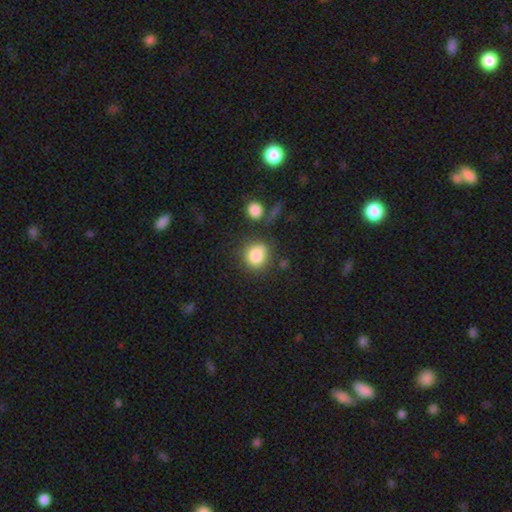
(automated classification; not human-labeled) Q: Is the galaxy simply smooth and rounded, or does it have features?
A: smooth — 85%.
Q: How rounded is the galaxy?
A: round — 77%.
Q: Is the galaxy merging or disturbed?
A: none — 69%.